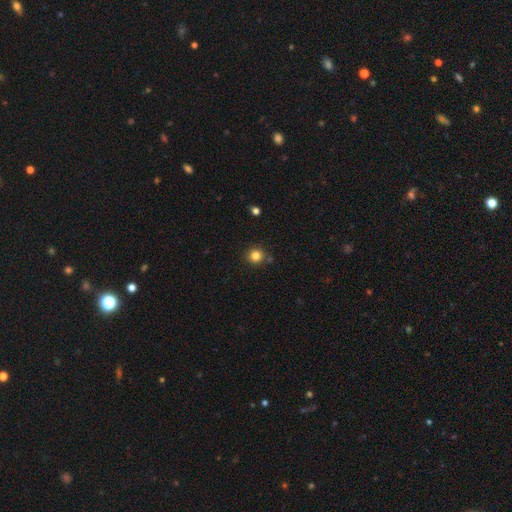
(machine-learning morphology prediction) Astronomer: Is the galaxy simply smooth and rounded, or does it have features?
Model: smooth — 83%.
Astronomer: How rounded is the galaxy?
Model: round — 93%.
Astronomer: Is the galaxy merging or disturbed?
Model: none — 86%.